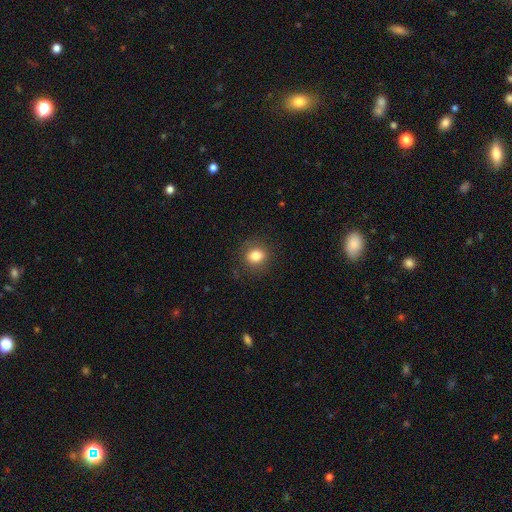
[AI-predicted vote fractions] Smooth or featured?
  - smooth: 82% *
  - star or artifact: 11%
  - featured or disk: 8%
How rounded?
  - round: 72% *
  - in between: 27%
  - cigar-shaped: 1%
Merging?
  - none: 85% *
  - minor disturbance: 10%
  - major disturbance: 3%
  - merger: 1%